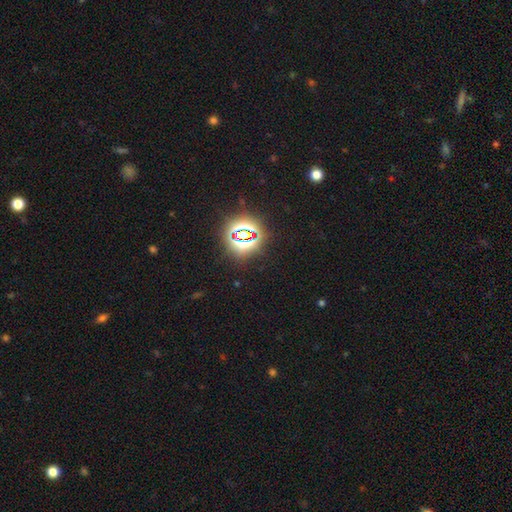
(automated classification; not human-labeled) Smooth or featured? star or artifact (80%)